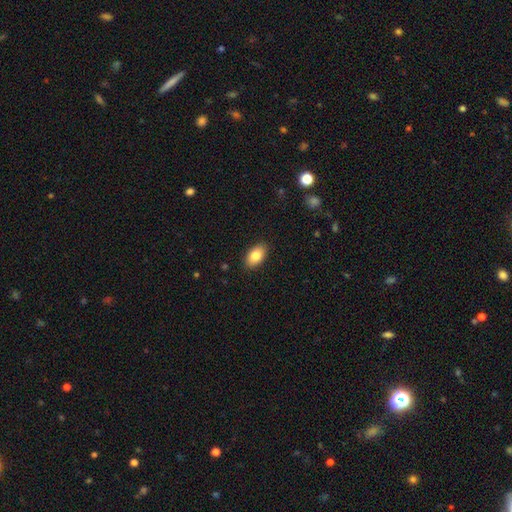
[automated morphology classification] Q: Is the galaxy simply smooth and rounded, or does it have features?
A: smooth — 83%.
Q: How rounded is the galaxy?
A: in between — 93%.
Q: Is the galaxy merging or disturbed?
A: none — 89%.